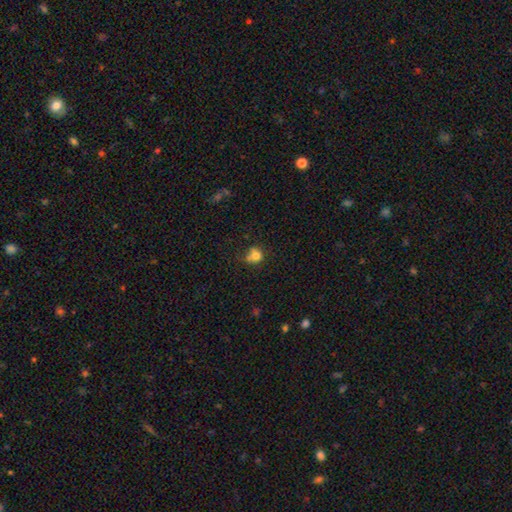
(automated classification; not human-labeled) Smooth or featured? smooth (76%)
How rounded? round (75%)
Merging? none (45%)